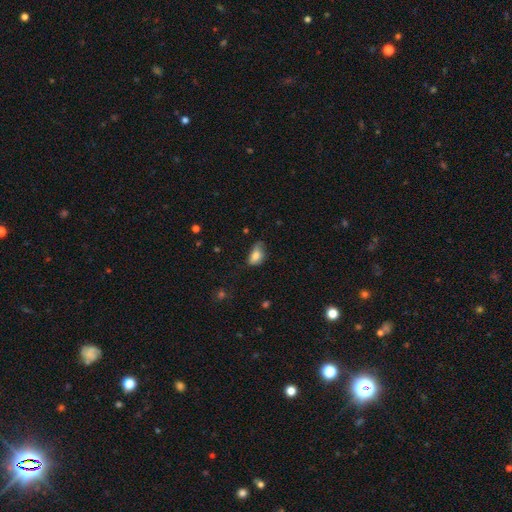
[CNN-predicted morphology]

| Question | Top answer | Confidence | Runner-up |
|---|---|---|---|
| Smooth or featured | smooth | 77% | featured or disk (14%) |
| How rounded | in between | 88% | round (9%) |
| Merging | minor disturbance | 42% | none (40%) |